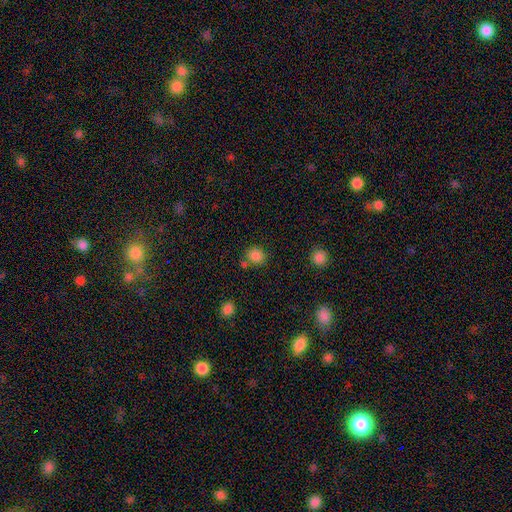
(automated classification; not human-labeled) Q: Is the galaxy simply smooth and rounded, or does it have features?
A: smooth — 85%.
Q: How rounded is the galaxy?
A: round — 79%.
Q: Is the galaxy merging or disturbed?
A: none — 72%.